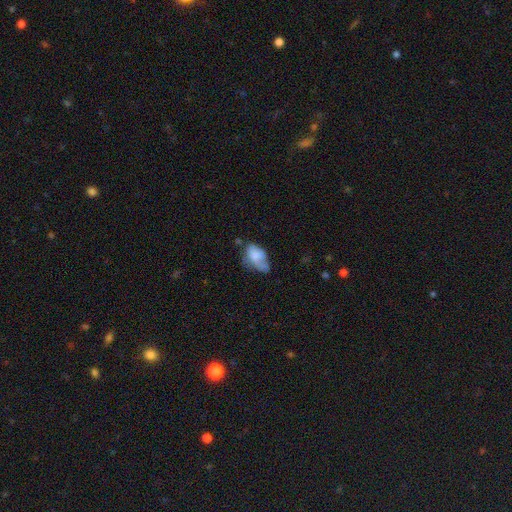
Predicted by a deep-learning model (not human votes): Smooth or featured: smooth — 65% (featured or disk — 27%)
How rounded: in between — 89% (round — 9%)
Merging: minor disturbance — 36% (major disturbance — 29%)